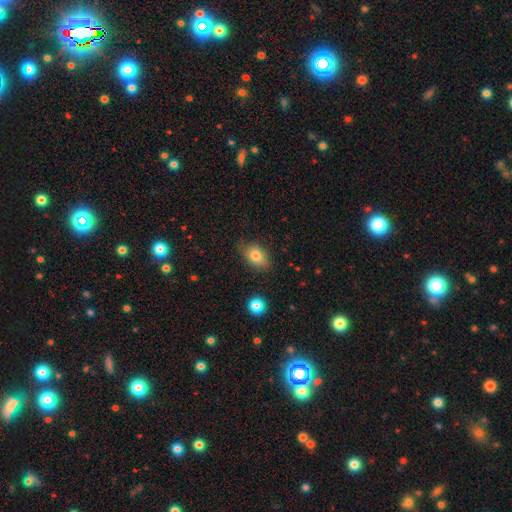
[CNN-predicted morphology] smooth 79%, featured or disk 12%, star or artifact 9%. Down the decision tree: how rounded — in between (82%); merging — none (76%).